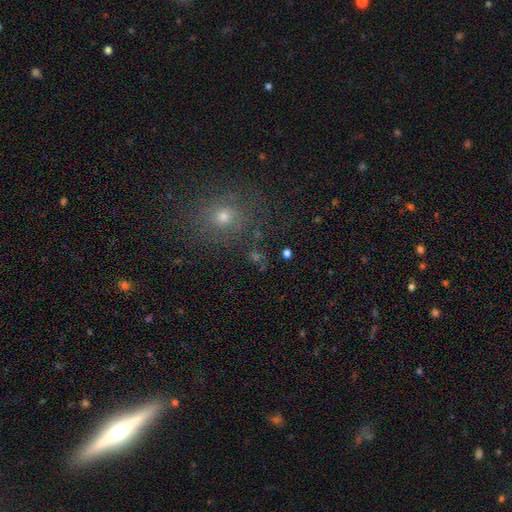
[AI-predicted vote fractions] Smooth or featured? Predicted: smooth (p=0.52). How rounded? Predicted: round (p=0.78). Merging? Predicted: none (p=0.77).